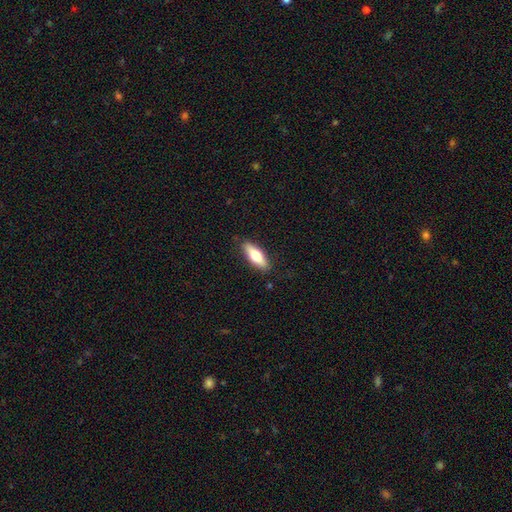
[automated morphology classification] smooth_or_featured: smooth (p=0.64) [alt: featured or disk p=0.30]
how_rounded: in between (p=0.56) [alt: cigar-shaped p=0.41]
merging: none (p=0.86) [alt: minor disturbance p=0.10]